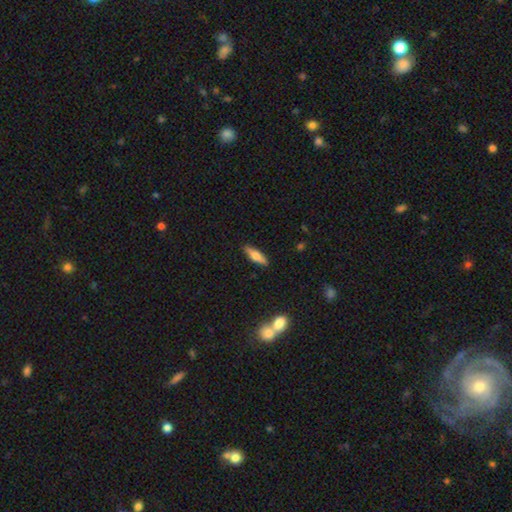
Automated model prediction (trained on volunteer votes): Q: Smooth or featured?
A: smooth (55%); runner-up: featured or disk (39%)
Q: How rounded?
A: cigar-shaped (59%); runner-up: in between (38%)
Q: Merging?
A: none (88%); runner-up: minor disturbance (8%)